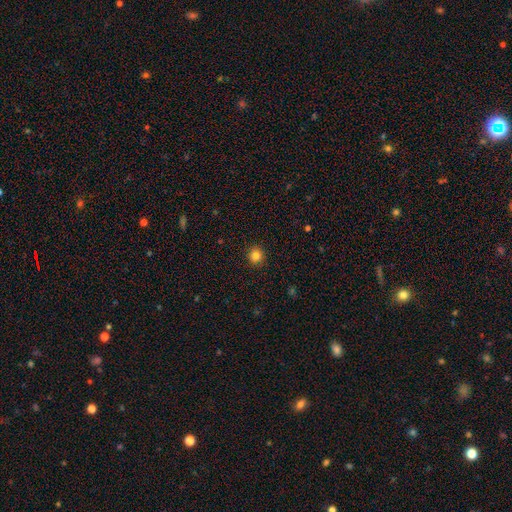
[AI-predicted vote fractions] This is clearly a smooth galaxy (83%). How rounded: clearly round (93%). Merging: clearly none (93%).